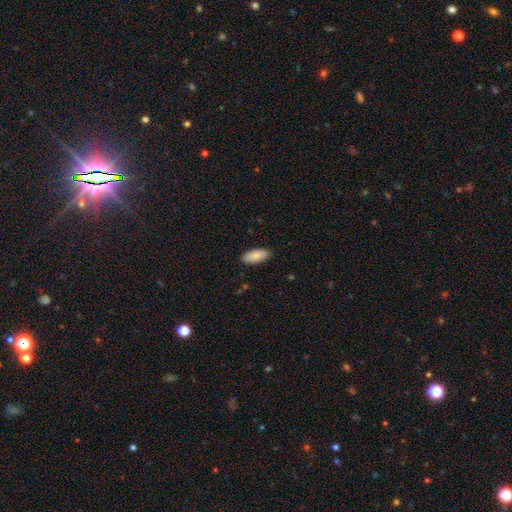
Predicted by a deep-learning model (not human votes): Overall: smooth (87%). How rounded: in between (87%). Merging: none (89%).